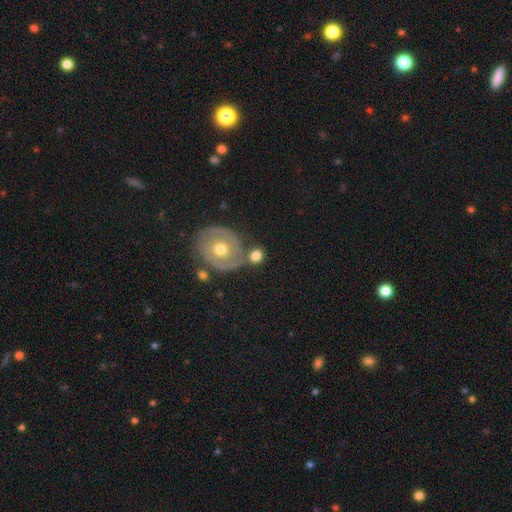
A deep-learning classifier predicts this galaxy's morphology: This is likely a smooth galaxy (66%). How rounded: likely round (78%). Merging: likely none (61%).